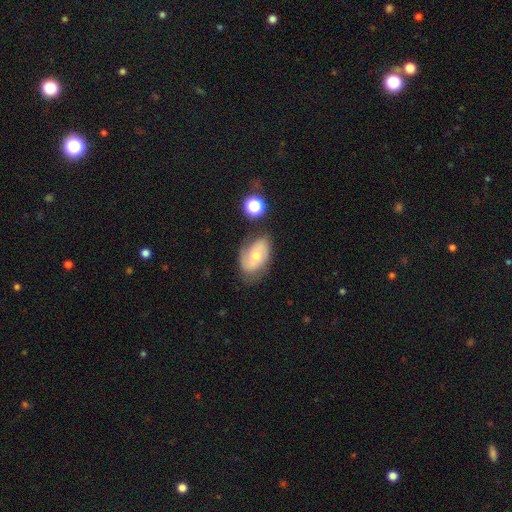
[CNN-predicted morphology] Q: Smooth or featured?
A: featured or disk (60%); runner-up: smooth (32%)
Q: Edge-on disk?
A: no (95%); runner-up: yes (5%)
Q: Bar?
A: no (66%); runner-up: weak (28%)
Q: Spiral arms?
A: yes (85%); runner-up: no (15%)
Q: Bulge size?
A: moderate (50%); runner-up: small (45%)
Q: Merging?
A: none (62%); runner-up: minor disturbance (24%)